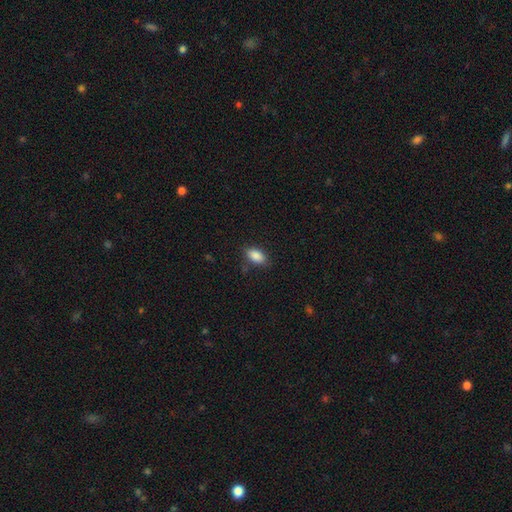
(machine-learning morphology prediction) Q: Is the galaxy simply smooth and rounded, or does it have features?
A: smooth — 88%.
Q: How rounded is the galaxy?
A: in between — 90%.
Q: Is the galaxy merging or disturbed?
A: none — 80%.